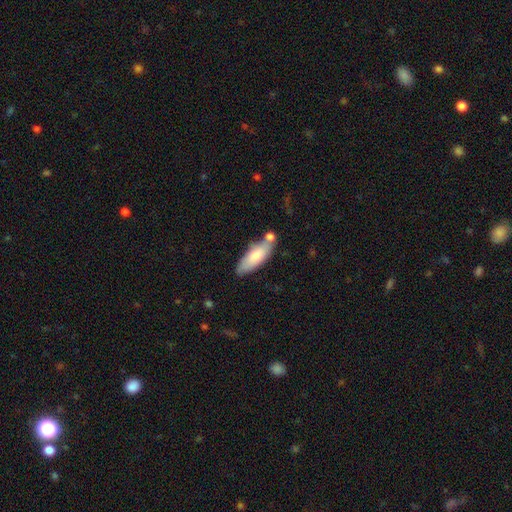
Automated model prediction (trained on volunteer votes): The model was most divided on "how rounded": in between: 64%, cigar-shaped: 34%, round: 2%. More confident: smooth or featured — smooth (76%); merging — none (57%).